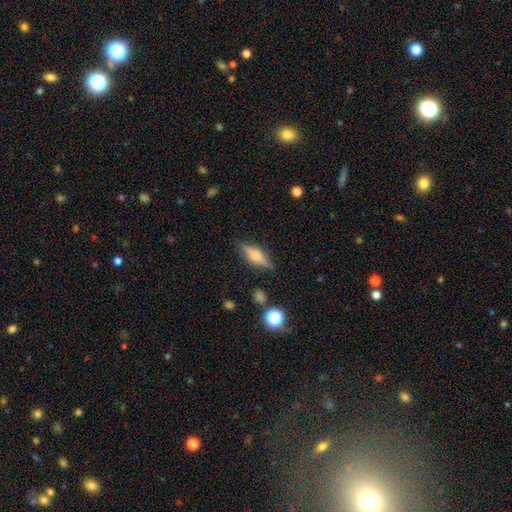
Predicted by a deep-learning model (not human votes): A featured or disk galaxy (49%).

Vote fractions:
- Smooth or featured? featured or disk: 49% / smooth: 41% / star or artifact: 10%
- Merging? none: 81% / minor disturbance: 13% / major disturbance: 4% / merger: 2%